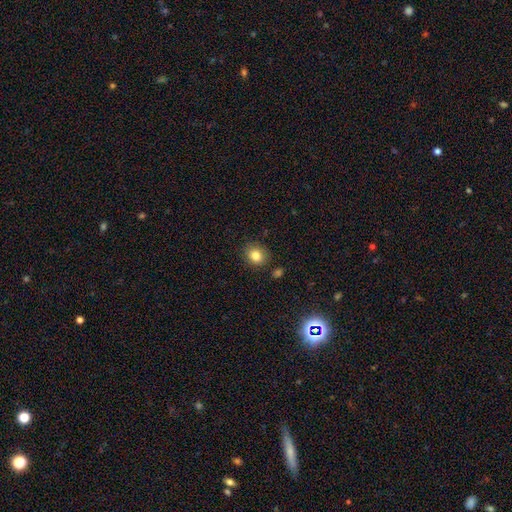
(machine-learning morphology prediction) Smooth or featured: smooth — 83% (star or artifact — 11%)
How rounded: round — 69% (in between — 31%)
Merging: none — 85% (minor disturbance — 10%)